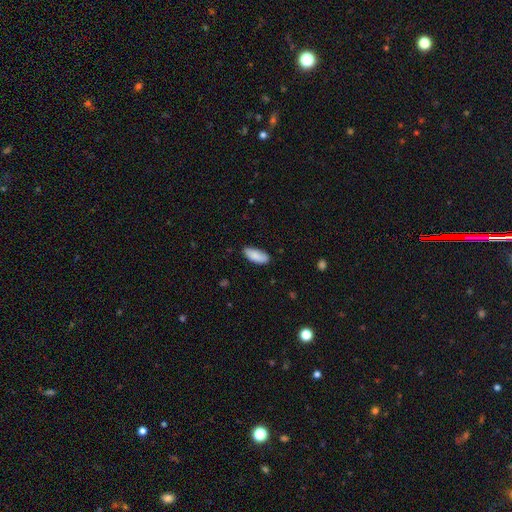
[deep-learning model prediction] Smooth or featured?
  - smooth: 88% *
  - star or artifact: 6%
  - featured or disk: 6%
How rounded?
  - in between: 85% *
  - cigar-shaped: 13%
  - round: 2%
Merging?
  - none: 79% *
  - minor disturbance: 18%
  - major disturbance: 3%
  - merger: 1%